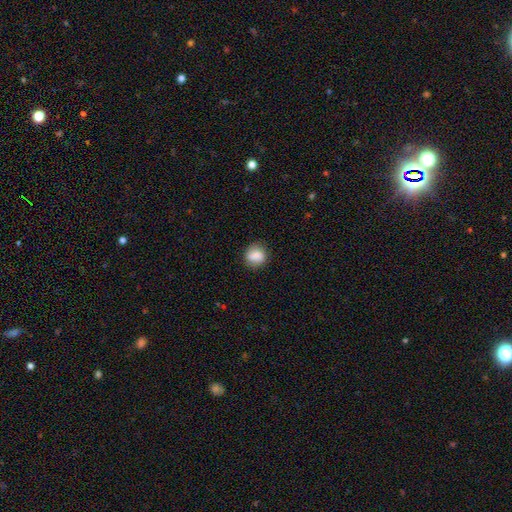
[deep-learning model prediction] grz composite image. It shows a smooth galaxy with no disk features (83%) that is round (72%). Merging: none (81%).